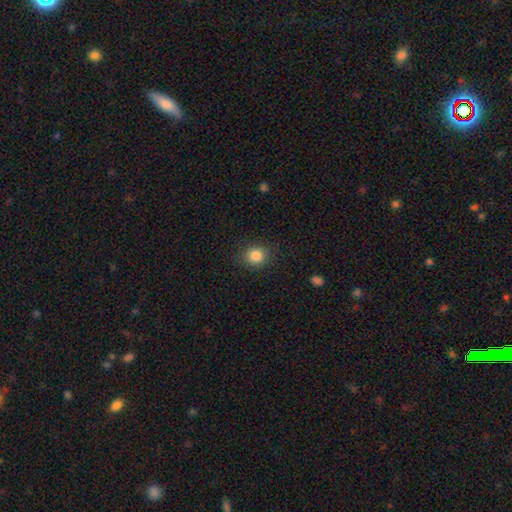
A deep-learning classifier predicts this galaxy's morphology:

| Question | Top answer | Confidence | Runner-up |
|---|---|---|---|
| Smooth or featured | smooth | 85% | star or artifact (10%) |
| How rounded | round | 78% | in between (21%) |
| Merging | none | 87% | minor disturbance (9%) |